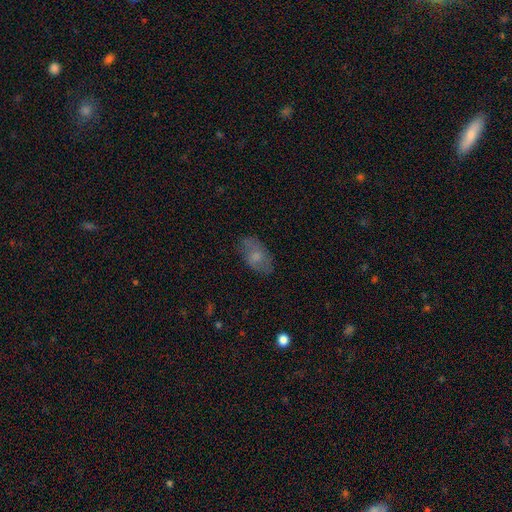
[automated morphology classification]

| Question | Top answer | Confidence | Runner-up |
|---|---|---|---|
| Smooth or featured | smooth | 62% | featured or disk (30%) |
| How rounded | in between | 90% | round (7%) |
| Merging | none | 71% | minor disturbance (20%) |